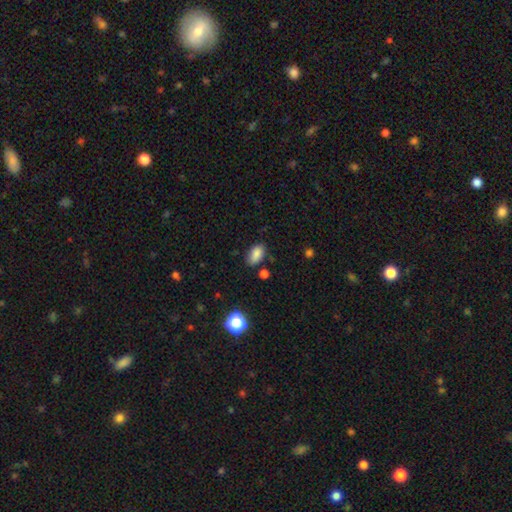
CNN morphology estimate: type=smooth (85%); roundness=in between (90%); merging=none (75%).